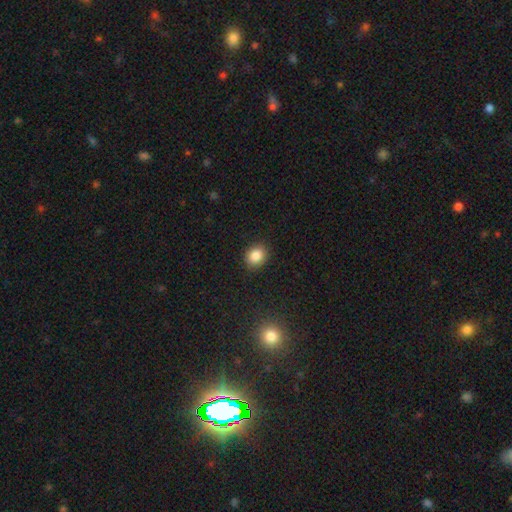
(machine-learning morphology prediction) smooth 85%, star or artifact 10%, featured or disk 5%. Down the decision tree: how rounded — round (62%); merging — none (89%).